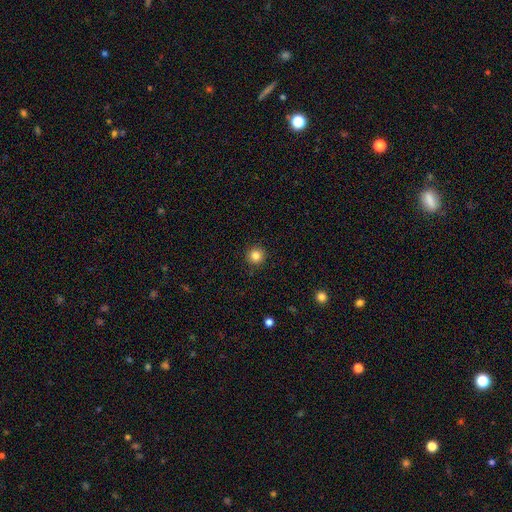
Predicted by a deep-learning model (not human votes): A smooth galaxy with no disk features (84%) that is round (95%). Merging: none (92%).